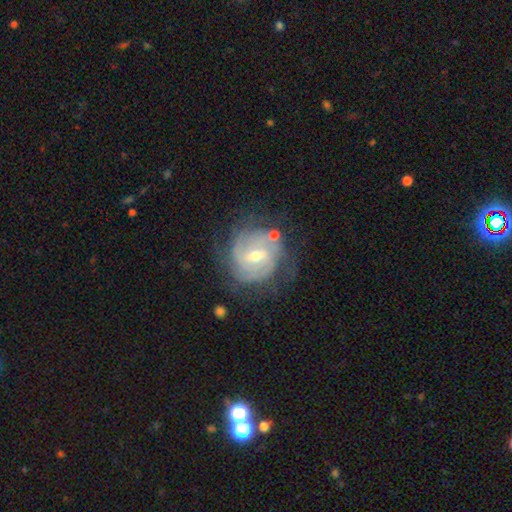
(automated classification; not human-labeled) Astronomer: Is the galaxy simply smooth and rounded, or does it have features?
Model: featured or disk — 83%.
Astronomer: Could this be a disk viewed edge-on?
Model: no — 97%.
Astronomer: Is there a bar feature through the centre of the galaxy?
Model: weak — 59%.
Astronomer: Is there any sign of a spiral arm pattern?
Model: yes — 93%.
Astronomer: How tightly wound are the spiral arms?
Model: tight — 62%.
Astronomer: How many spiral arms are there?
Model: can't tell — 34% (runner-up: 2, 27%).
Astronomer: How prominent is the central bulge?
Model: moderate — 56% (runner-up: small, 40%).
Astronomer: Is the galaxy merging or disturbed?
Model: none — 66%.